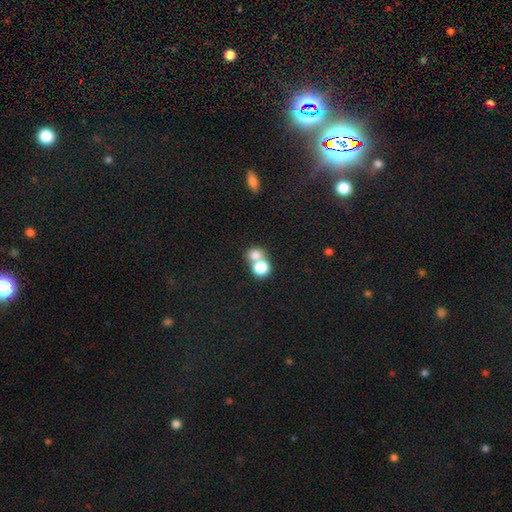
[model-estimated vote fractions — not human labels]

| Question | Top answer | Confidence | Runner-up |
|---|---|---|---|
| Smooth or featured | smooth | 77% | star or artifact (11%) |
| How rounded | round | 70% | in between (29%) |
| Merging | merger | 59% | none (33%) |